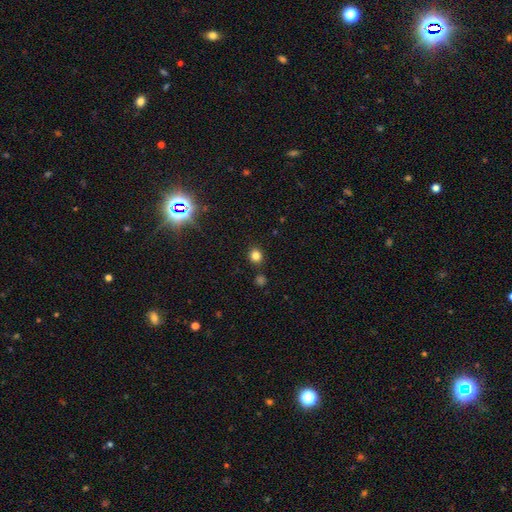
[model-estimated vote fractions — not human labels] This appears to be a smooth galaxy with no disk features (81%) that is round (84%). Merging: none (85%).